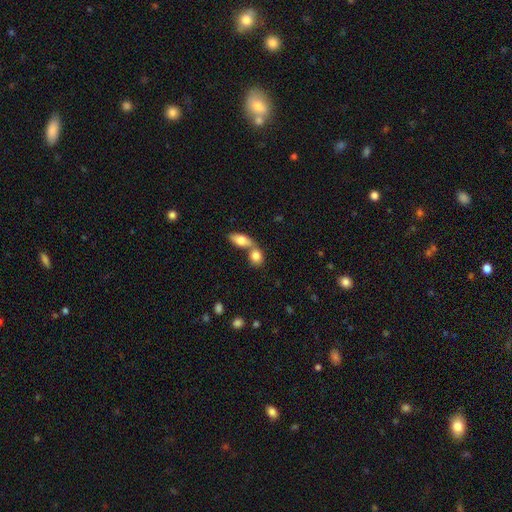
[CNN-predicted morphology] The model was most divided on "merging": merger: 61%, none: 30%, minor disturbance: 7%, major disturbance: 3%. More confident: smooth or featured — smooth (82%); how rounded — in between (66%).